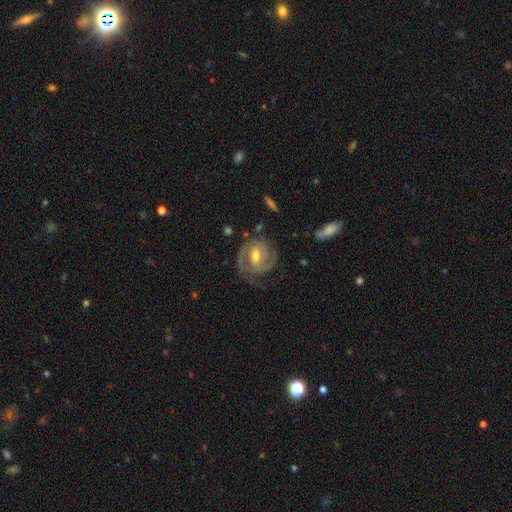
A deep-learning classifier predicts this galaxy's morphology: The model was most divided on "bar": weak: 50%, strong: 29%, no: 22%. More confident: edge-on disk — no (97%); spiral arms — yes (95%); smooth or featured — featured or disk (87%); merging — none (72%); bulge size — moderate (70%); spiral arm count — 2 (68%); spiral winding — tight (57%).